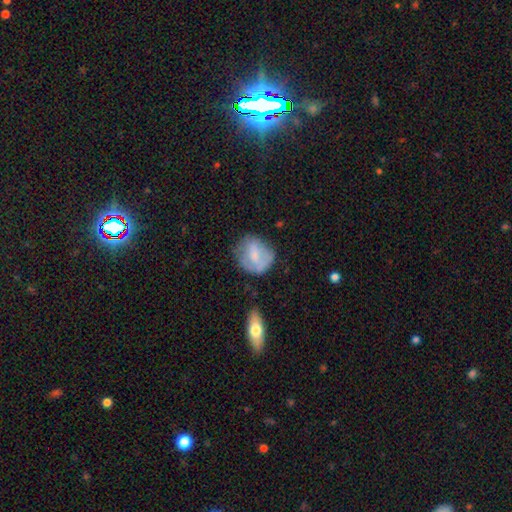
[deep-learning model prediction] This appears to be a smooth galaxy with no disk features (58%) that is round (69%). Merging: none (56%).